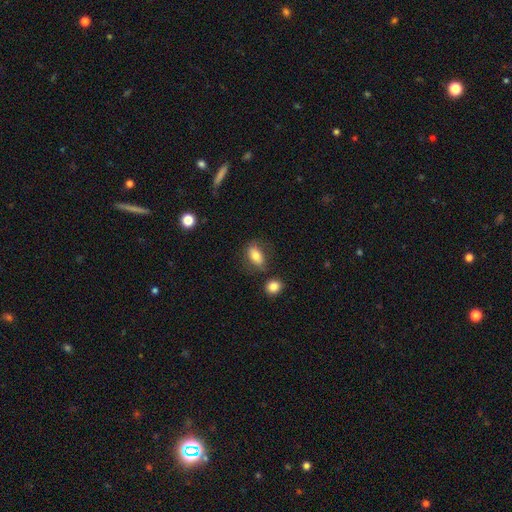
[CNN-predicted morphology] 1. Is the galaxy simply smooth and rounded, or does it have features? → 76% smooth, 16% featured or disk, 8% star or artifact.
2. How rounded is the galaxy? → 85% in between, 8% round, 7% cigar-shaped.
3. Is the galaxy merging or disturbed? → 68% none, 17% minor disturbance, 8% merger, 6% major disturbance.